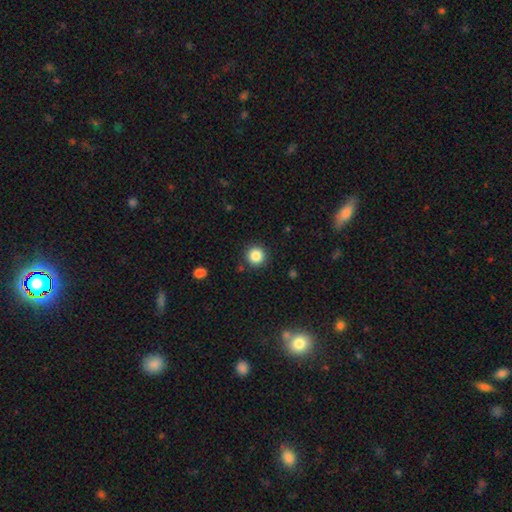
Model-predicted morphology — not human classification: Smooth or featured: smooth — 86% (star or artifact — 10%)
How rounded: round — 95% (in between — 4%)
Merging: none — 90% (minor disturbance — 6%)